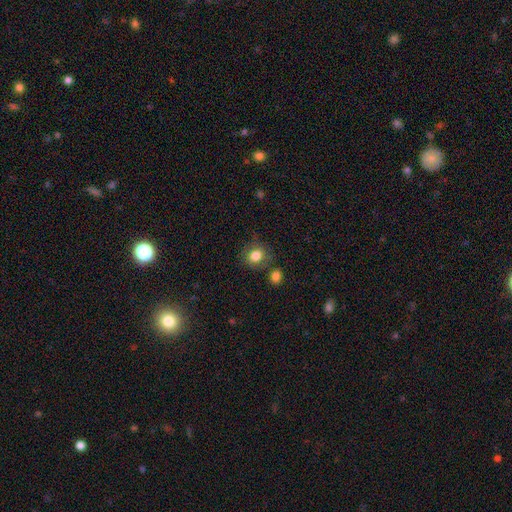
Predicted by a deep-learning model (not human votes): Morphology: type=smooth (83%); roundness=round (66%); merging=none (72%).